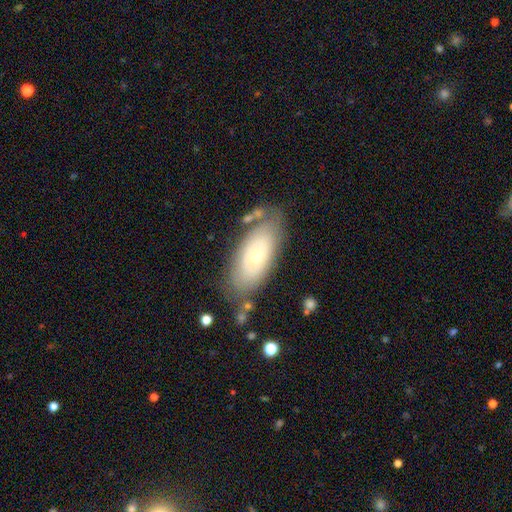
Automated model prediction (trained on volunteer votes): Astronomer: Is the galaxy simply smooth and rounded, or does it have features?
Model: smooth — 54% (runner-up: featured or disk, 39%).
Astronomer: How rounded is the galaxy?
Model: in between — 88%.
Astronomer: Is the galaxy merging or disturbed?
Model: none — 72%.